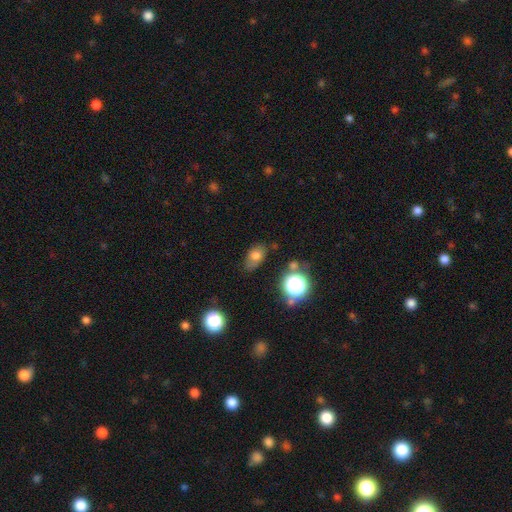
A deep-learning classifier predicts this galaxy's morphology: The model was most divided on "merging": none: 59%, minor disturbance: 26%, major disturbance: 9%, merger: 5%. More confident: how rounded — in between (78%); smooth or featured — smooth (67%).